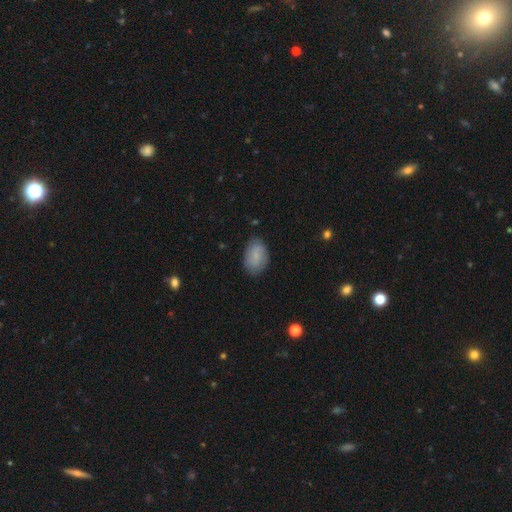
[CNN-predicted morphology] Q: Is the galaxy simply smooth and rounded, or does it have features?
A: smooth — 72%.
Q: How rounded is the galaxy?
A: in between — 88%.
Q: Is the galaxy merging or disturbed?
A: none — 78%.